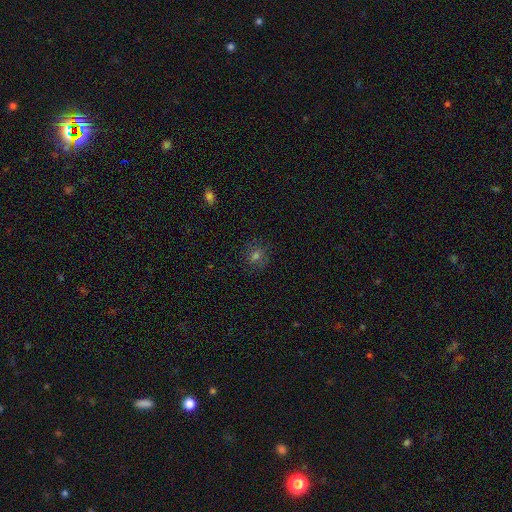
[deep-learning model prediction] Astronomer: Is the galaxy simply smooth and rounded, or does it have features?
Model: smooth — 64%.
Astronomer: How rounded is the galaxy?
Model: round — 78%.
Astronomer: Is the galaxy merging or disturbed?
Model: none — 85%.